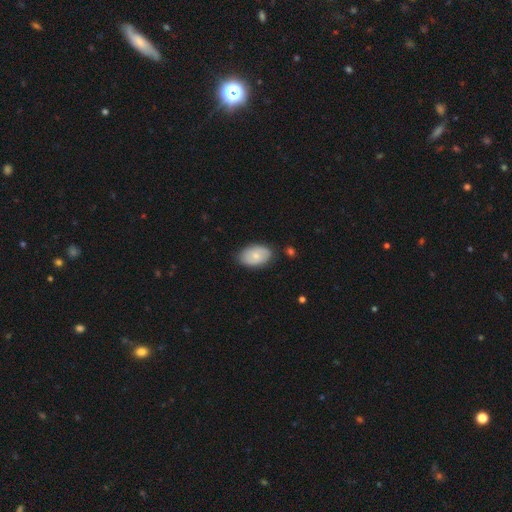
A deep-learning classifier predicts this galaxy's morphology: Q: Smooth or featured?
A: smooth (71%); runner-up: featured or disk (23%)
Q: How rounded?
A: in between (92%); runner-up: round (7%)
Q: Merging?
A: none (81%); runner-up: minor disturbance (15%)